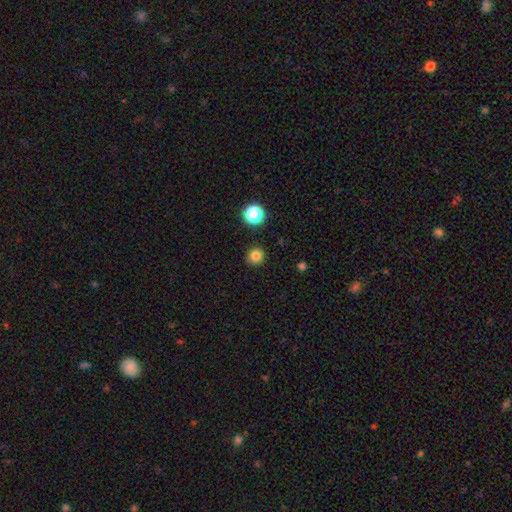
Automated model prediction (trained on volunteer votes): Overall: smooth (81%). How rounded: round (93%). Merging: none (88%).